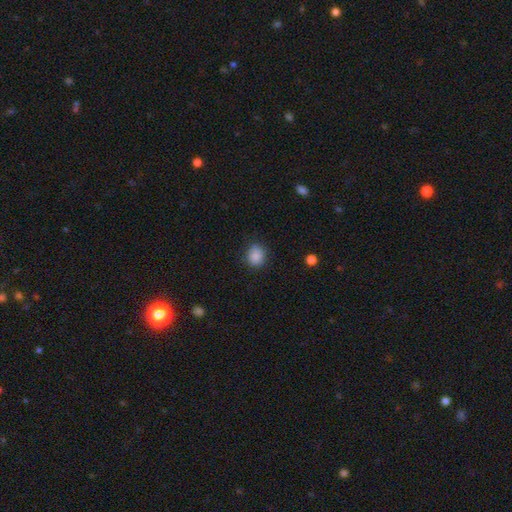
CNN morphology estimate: type=smooth (87%); roundness=round (71%); merging=none (81%).